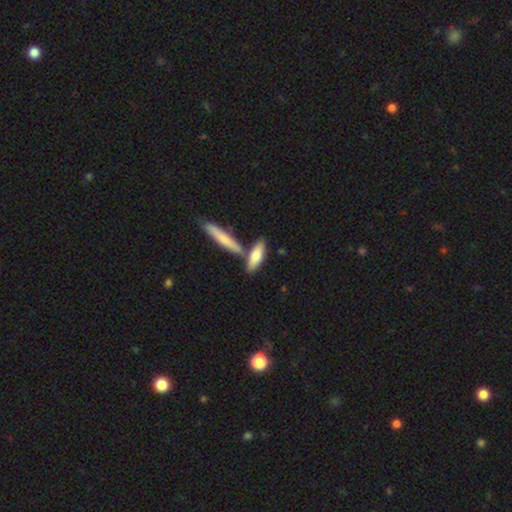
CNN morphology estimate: smooth-or-featured: smooth: 71% | featured or disk: 24% | star or artifact: 5%
  how-rounded: cigar-shaped: 54% | in between: 43% | round: 3%
  merging: none: 62% | merger: 23% | minor disturbance: 11% | major disturbance: 3%